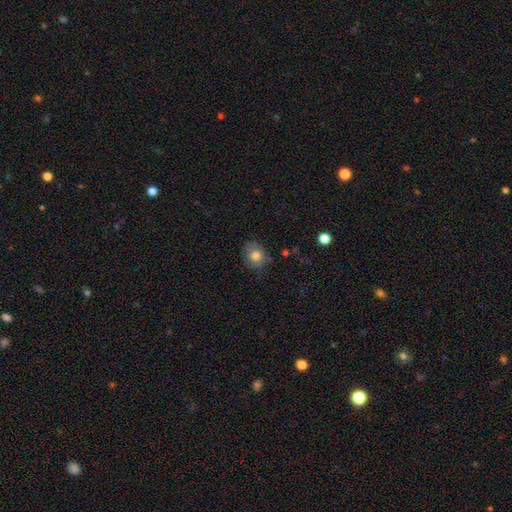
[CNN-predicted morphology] Q: Smooth or featured?
A: smooth (78%); runner-up: featured or disk (12%)
Q: How rounded?
A: round (63%); runner-up: in between (36%)
Q: Merging?
A: none (72%); runner-up: minor disturbance (21%)